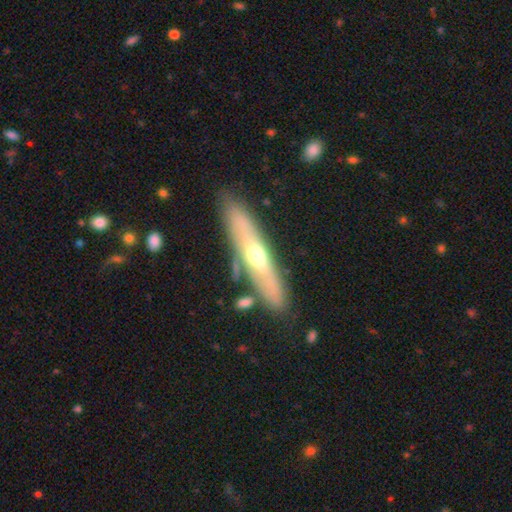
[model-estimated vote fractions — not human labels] smooth-or-featured: featured or disk: 59% | smooth: 35% | star or artifact: 6%
  disk-edge-on: yes: 70% | no: 30%
  merging: none: 80% | minor disturbance: 12% | merger: 4% | major disturbance: 3%